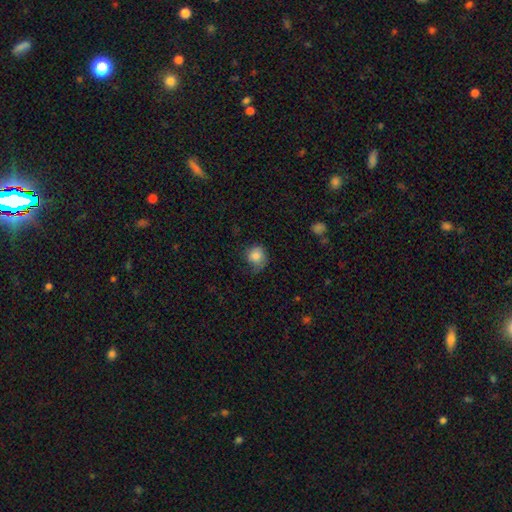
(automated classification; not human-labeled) Overall: smooth (82%). How rounded: round (78%). Merging: none (52%; minor disturbance 31%).